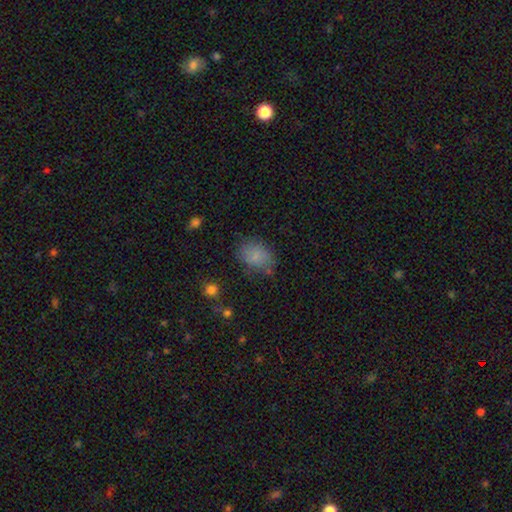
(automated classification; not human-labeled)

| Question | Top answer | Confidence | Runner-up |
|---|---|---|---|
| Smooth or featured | smooth | 79% | featured or disk (11%) |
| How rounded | in between | 74% | round (25%) |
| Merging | none | 68% | minor disturbance (22%) |